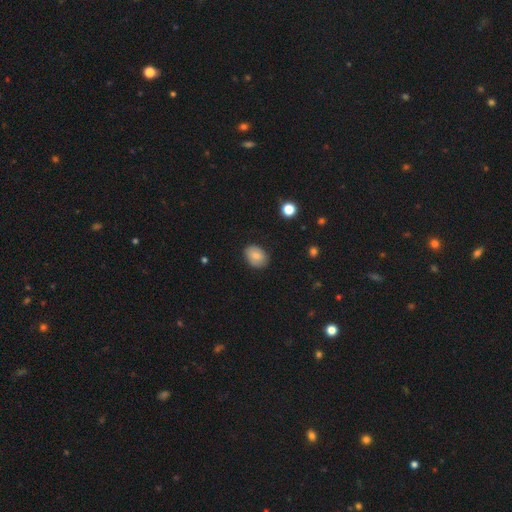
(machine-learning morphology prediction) Overall: smooth (81%). How rounded: in between (69%; round 30%). Merging: none (84%).